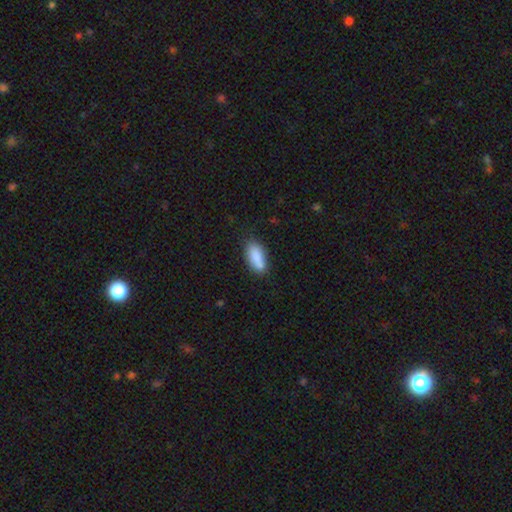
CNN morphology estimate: A smooth galaxy with no disk features (84%) that is in between round and cigar-shaped (85%). Merging: none (65%).